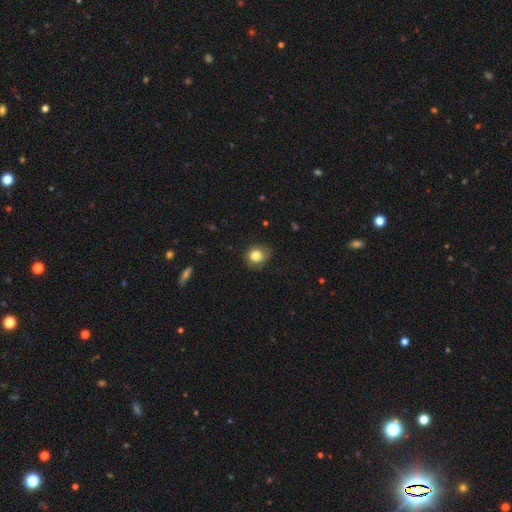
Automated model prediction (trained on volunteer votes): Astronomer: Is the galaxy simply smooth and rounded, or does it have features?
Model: smooth — 81%.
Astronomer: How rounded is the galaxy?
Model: round — 72%.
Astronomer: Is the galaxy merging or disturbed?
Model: none — 72%.